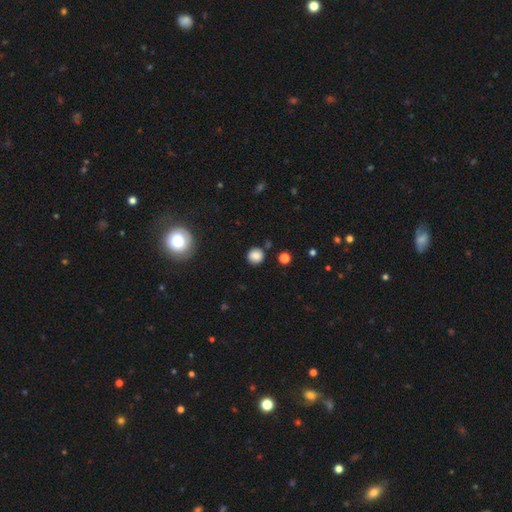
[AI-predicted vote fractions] A smooth galaxy with no disk features (83%) that is round (90%).

Vote fractions:
- Smooth or featured? smooth: 83% / star or artifact: 12% / featured or disk: 6%
- How rounded? round: 90% / in between: 9% / cigar-shaped: 1%
- Merging? none: 84% / minor disturbance: 9% / merger: 4% / major disturbance: 3%